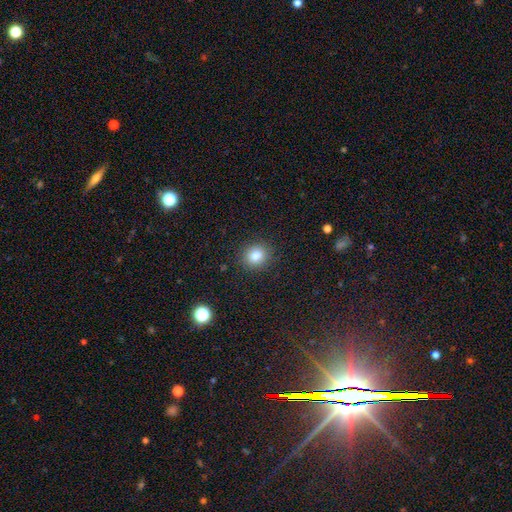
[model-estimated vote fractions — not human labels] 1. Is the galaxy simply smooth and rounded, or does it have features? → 82% smooth, 12% star or artifact, 7% featured or disk.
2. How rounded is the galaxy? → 78% round, 21% in between, 1% cigar-shaped.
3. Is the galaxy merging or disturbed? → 89% none, 7% minor disturbance, 2% major disturbance, 1% merger.